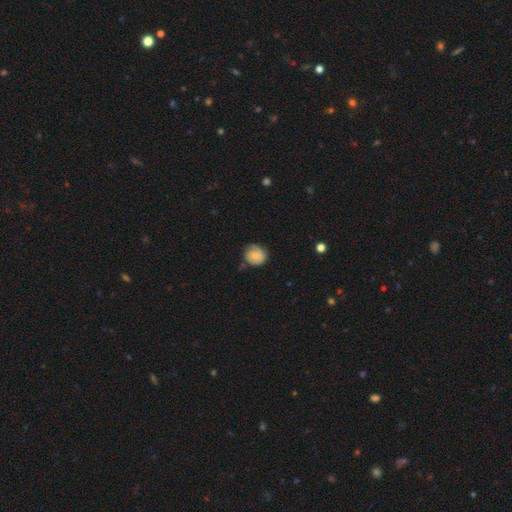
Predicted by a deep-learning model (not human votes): Smooth or featured? smooth (57%)
How rounded? round (78%)
Merging? none (60%)